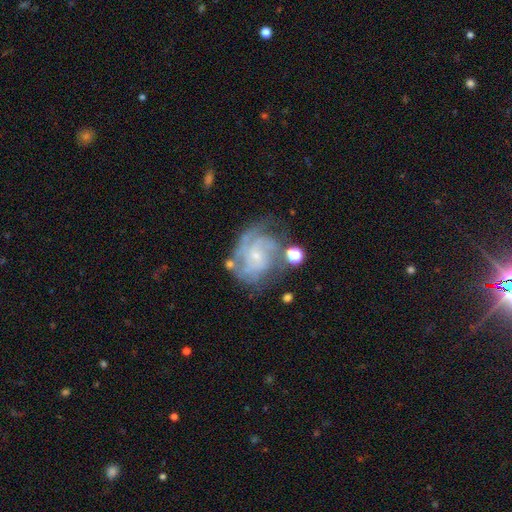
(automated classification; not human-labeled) featured or disk 84%, smooth 9%, star or artifact 7%. Down the decision tree: edge-on disk — no (98%); bar — no (65%); spiral arms — yes (94%); spiral arm count — can't tell (30%); spiral winding — tight (58%); bulge size — small (76%); merging — none (56%).